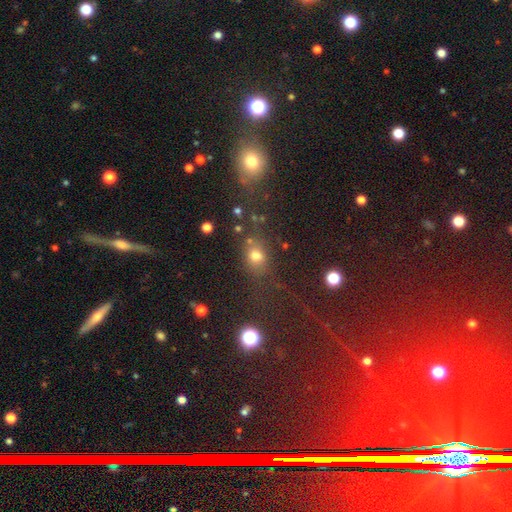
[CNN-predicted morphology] A smooth galaxy with no disk features (67%) that is round (53%). Merging: none (64%).